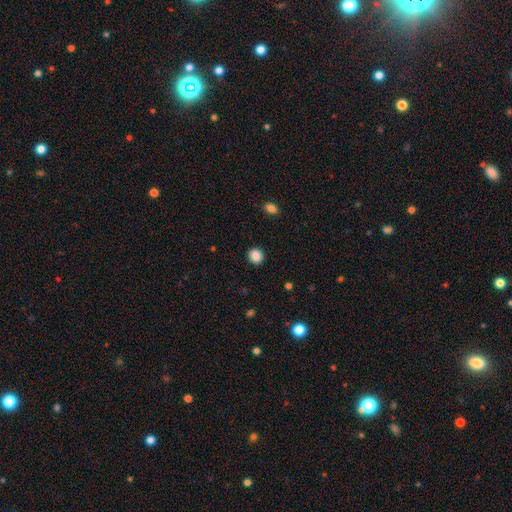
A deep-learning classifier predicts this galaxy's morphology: Smooth or featured?
  - smooth: 87% *
  - star or artifact: 10%
  - featured or disk: 3%
How rounded?
  - round: 83% *
  - in between: 16%
  - cigar-shaped: 1%
Merging?
  - none: 89% *
  - minor disturbance: 7%
  - major disturbance: 2%
  - merger: 1%